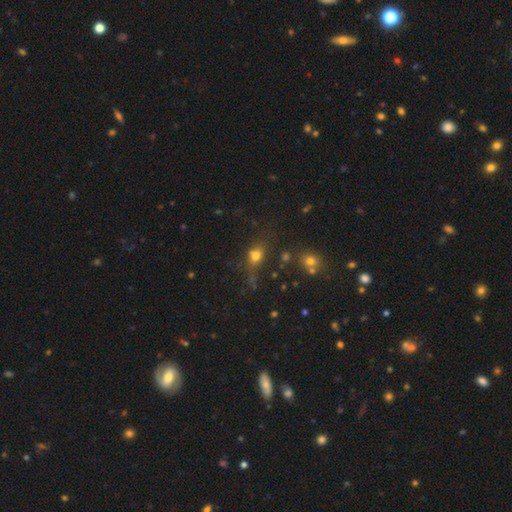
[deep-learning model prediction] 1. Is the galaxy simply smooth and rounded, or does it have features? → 68% smooth, 20% star or artifact, 12% featured or disk.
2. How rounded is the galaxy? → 48% round, 47% in between, 5% cigar-shaped.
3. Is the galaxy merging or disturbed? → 54% none, 19% minor disturbance, 14% merger, 13% major disturbance.